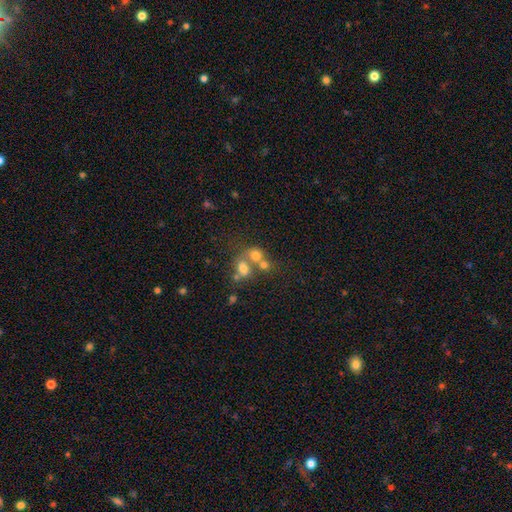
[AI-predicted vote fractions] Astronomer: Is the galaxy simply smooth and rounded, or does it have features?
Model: smooth — 67%.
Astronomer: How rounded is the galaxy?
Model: round — 54% (runner-up: in between, 45%).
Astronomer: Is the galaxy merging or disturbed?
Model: merger — 58%.